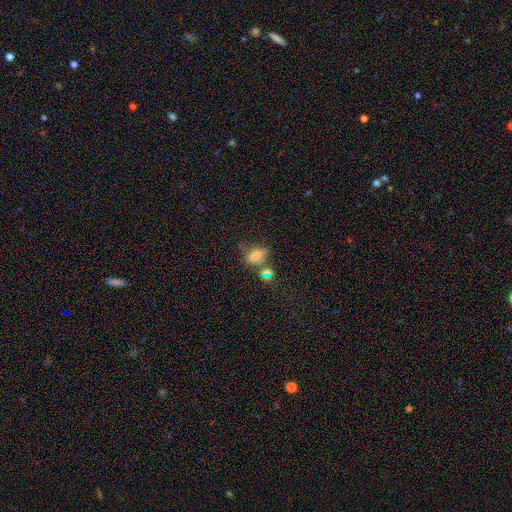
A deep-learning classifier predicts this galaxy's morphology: A smooth galaxy with no disk features (59%) that is in between round and cigar-shaped (76%).

Vote fractions:
- Smooth or featured? smooth: 59% / featured or disk: 22% / star or artifact: 19%
- How rounded? in between: 76% / round: 17% / cigar-shaped: 7%
- Merging? none: 44% / merger: 25% / minor disturbance: 18% / major disturbance: 13%